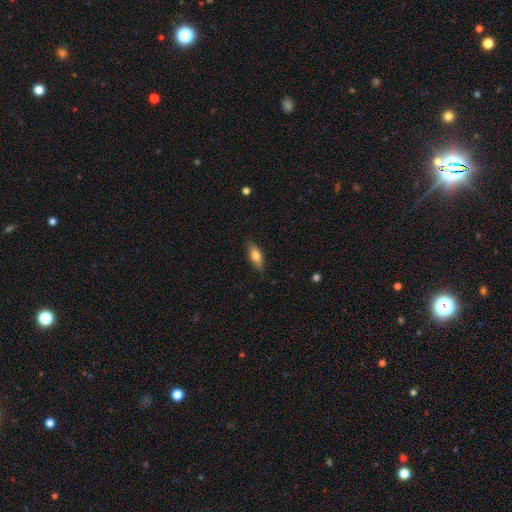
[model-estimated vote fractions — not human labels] Q: Smooth or featured?
A: smooth (75%); runner-up: featured or disk (18%)
Q: How rounded?
A: in between (70%); runner-up: cigar-shaped (27%)
Q: Merging?
A: none (83%); runner-up: minor disturbance (13%)